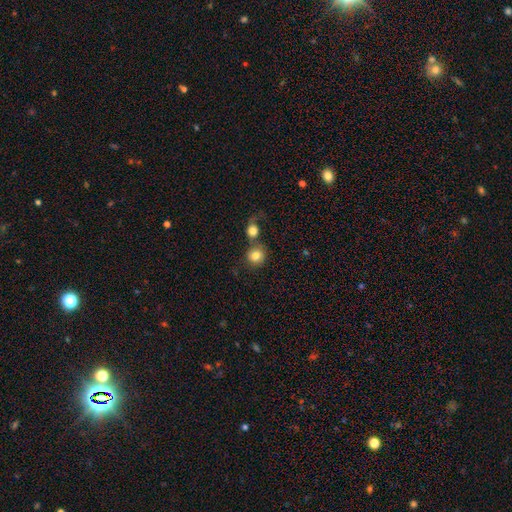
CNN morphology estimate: The model was most divided on "merging": none: 55%, merger: 32%, minor disturbance: 8%, major disturbance: 5%. More confident: how rounded — round (88%); smooth or featured — smooth (82%).